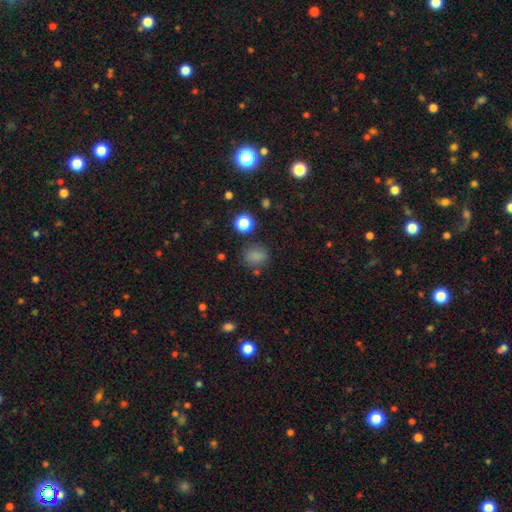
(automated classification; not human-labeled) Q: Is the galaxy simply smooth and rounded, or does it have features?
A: smooth — 78%.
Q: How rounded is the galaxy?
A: round — 60%.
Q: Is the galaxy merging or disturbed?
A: none — 75%.